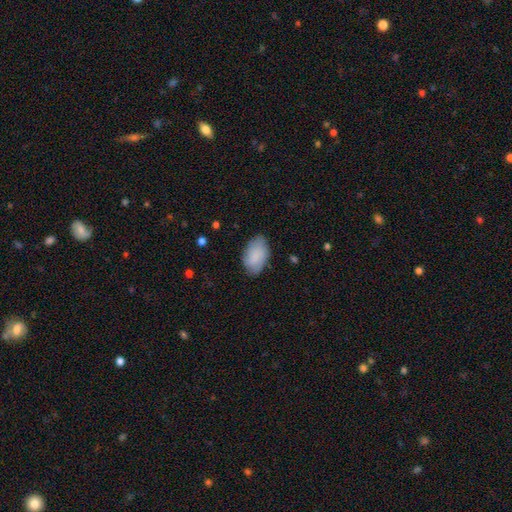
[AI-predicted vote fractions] Q: Smooth or featured?
A: smooth (82%); runner-up: featured or disk (12%)
Q: How rounded?
A: in between (93%); runner-up: round (6%)
Q: Merging?
A: none (76%); runner-up: minor disturbance (19%)